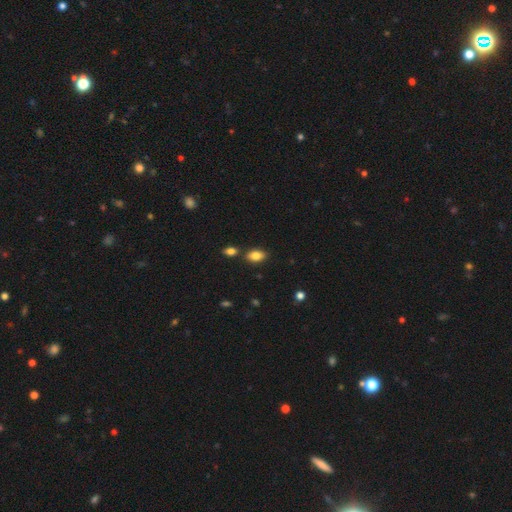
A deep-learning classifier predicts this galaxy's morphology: Overall: smooth (83%). How rounded: in between (88%). Merging: none (76%).